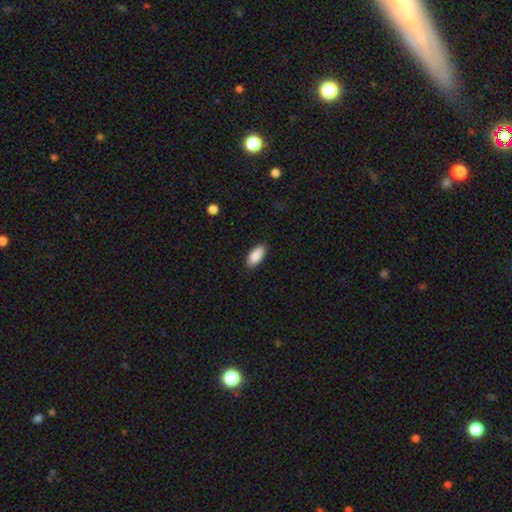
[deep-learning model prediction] Smooth or featured? Predicted: smooth (p=0.89). How rounded? Predicted: in between (p=0.86). Merging? Predicted: none (p=0.86).